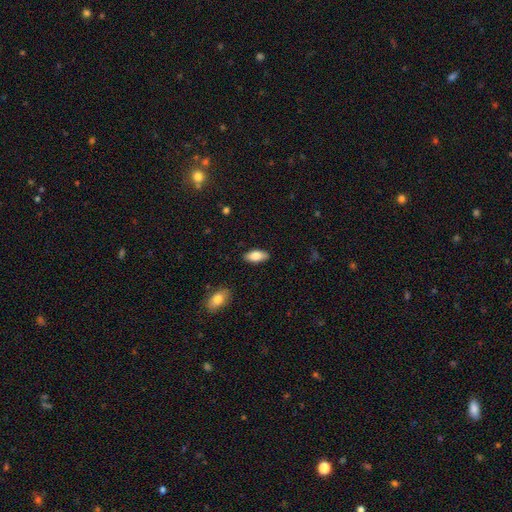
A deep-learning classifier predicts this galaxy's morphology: Q: Smooth or featured?
A: smooth (82%); runner-up: featured or disk (12%)
Q: How rounded?
A: in between (89%); runner-up: cigar-shaped (8%)
Q: Merging?
A: none (88%); runner-up: minor disturbance (9%)